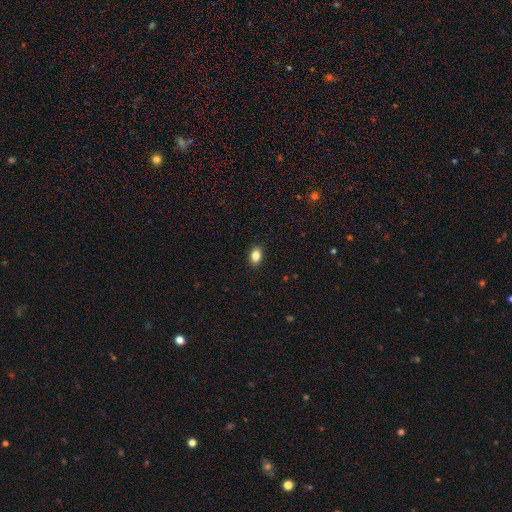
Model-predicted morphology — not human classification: Smooth or featured: smooth — 85% (star or artifact — 9%)
How rounded: in between — 81% (round — 17%)
Merging: none — 90% (minor disturbance — 8%)